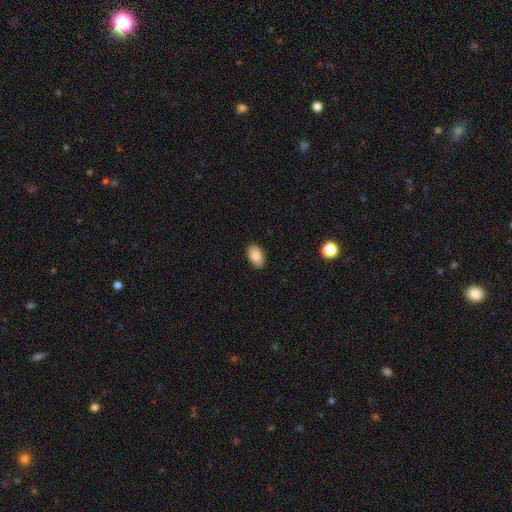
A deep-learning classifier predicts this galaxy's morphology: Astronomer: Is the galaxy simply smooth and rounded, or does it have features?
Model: smooth — 87%.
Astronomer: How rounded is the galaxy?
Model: in between — 91%.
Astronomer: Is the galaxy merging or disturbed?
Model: none — 85%.